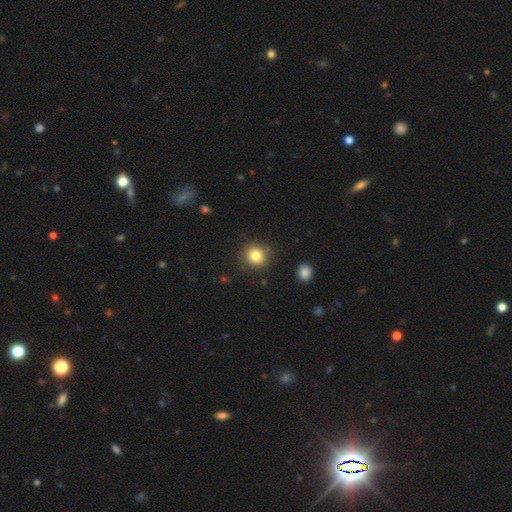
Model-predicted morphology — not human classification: The model was most divided on "smooth or featured": smooth: 83%, star or artifact: 11%, featured or disk: 6%. More confident: how rounded — round (87%); merging — none (86%).